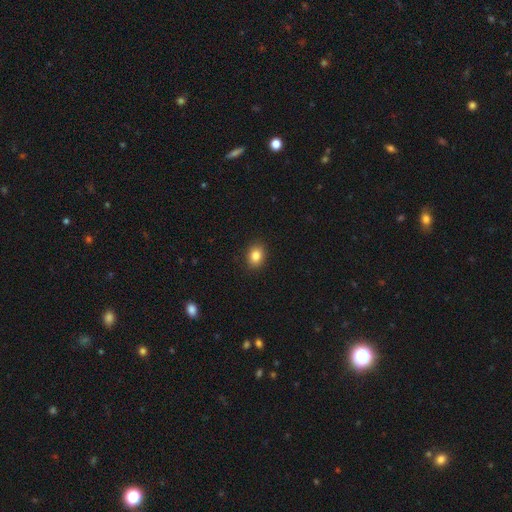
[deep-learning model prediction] This appears to be a smooth galaxy with no disk features (85%) that is in between round and cigar-shaped (61%). Merging: none (89%).